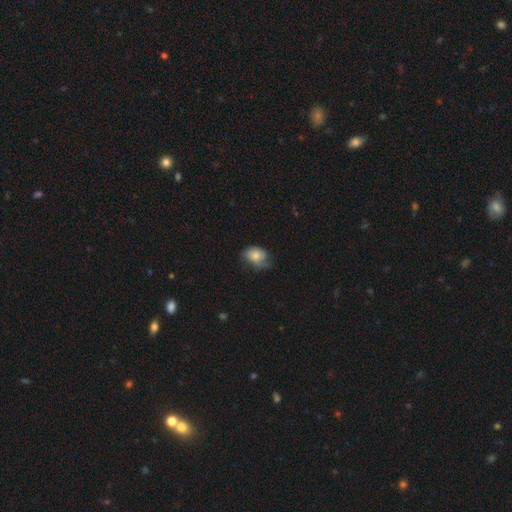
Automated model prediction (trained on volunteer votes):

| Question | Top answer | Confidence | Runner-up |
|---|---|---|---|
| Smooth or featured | smooth | 71% | featured or disk (21%) |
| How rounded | in between | 74% | round (25%) |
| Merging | none | 42% | minor disturbance (38%) |